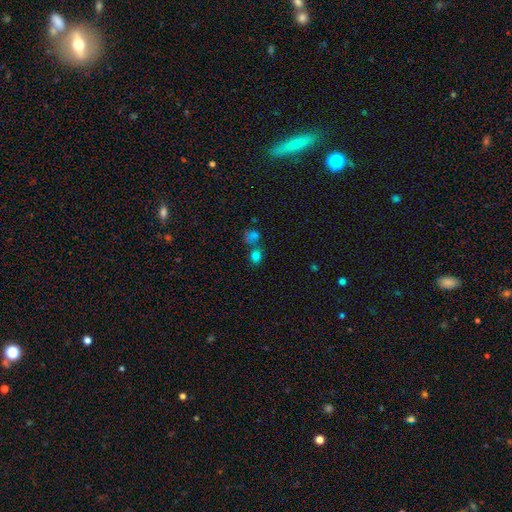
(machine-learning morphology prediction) smooth-or-featured: smooth: 74% | star or artifact: 18% | featured or disk: 8%
  how-rounded: round: 57% | in between: 41% | cigar-shaped: 1%
  merging: none: 50% | merger: 35% | minor disturbance: 10% | major disturbance: 5%